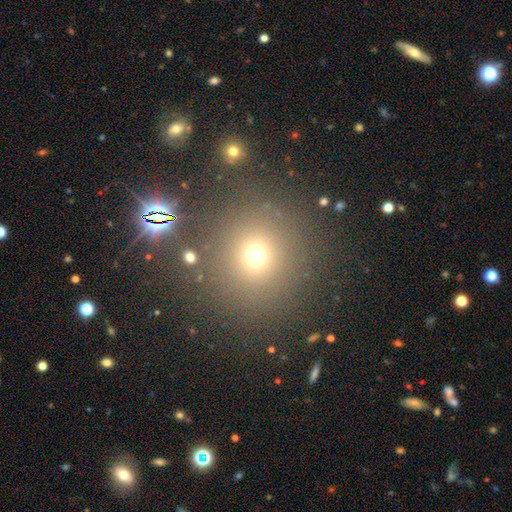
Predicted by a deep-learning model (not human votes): This appears to be a smooth galaxy with no disk features (64%) that is round (92%). Merging: none (83%).